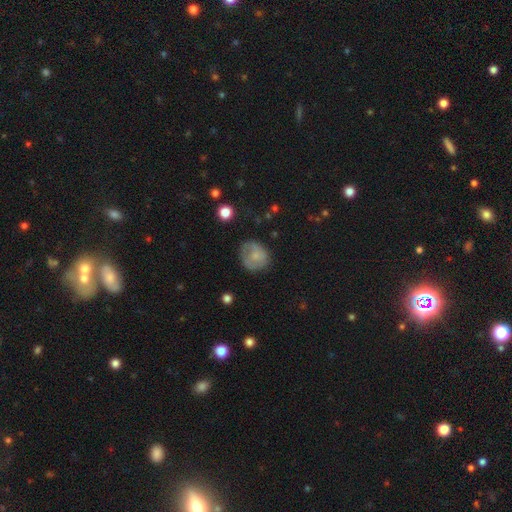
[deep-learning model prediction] Smooth or featured? smooth (63%)
How rounded? round (76%)
Merging? none (59%)